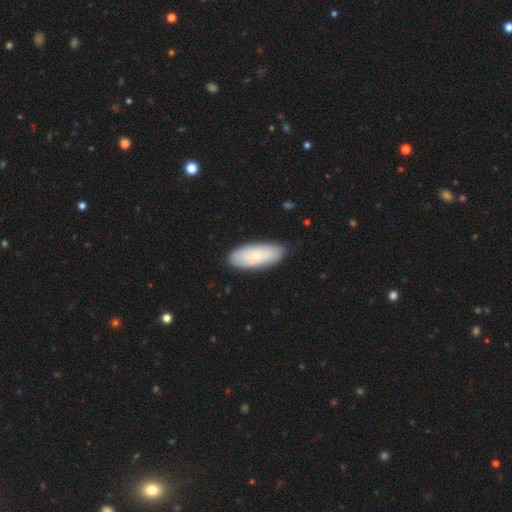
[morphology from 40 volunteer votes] Overall: smooth (65%; featured or disk 30%). How rounded: in between (100%). Merging: none (82%).